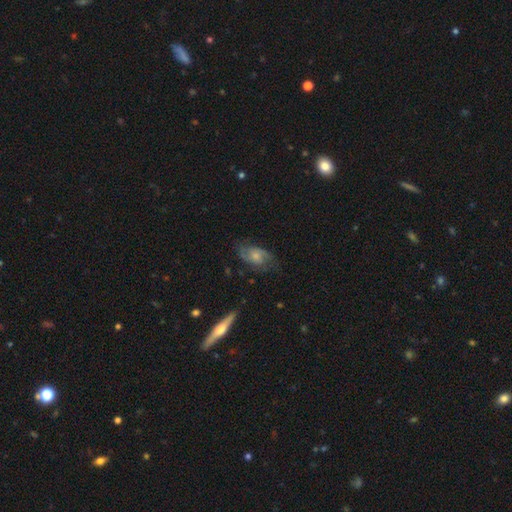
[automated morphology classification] type=featured or disk (57%); edge-on=no (95%); bar=no (72%); spiral arms=yes (83%); bulge=small (46%); merging=none (61%).